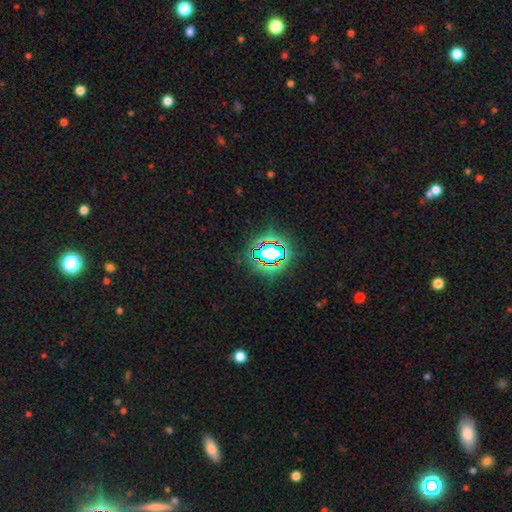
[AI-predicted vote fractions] smooth_or_featured: star or artifact (p=0.79) [alt: smooth p=0.13]